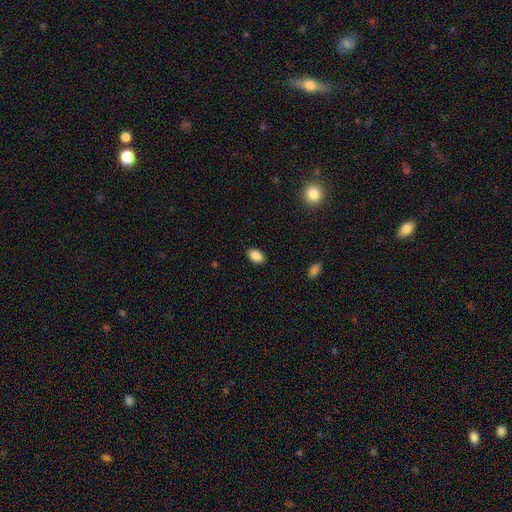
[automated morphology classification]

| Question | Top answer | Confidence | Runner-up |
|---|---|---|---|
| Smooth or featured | smooth | 88% | star or artifact (8%) |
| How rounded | in between | 89% | round (10%) |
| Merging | none | 88% | minor disturbance (9%) |